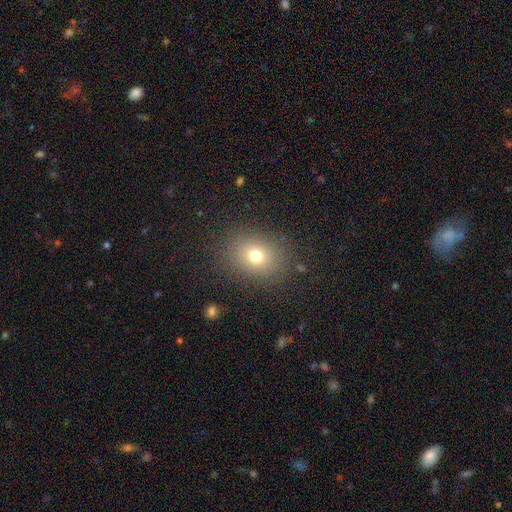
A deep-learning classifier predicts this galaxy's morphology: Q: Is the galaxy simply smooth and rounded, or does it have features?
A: smooth — 73%.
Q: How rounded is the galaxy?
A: round — 59%.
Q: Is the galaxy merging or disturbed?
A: none — 85%.